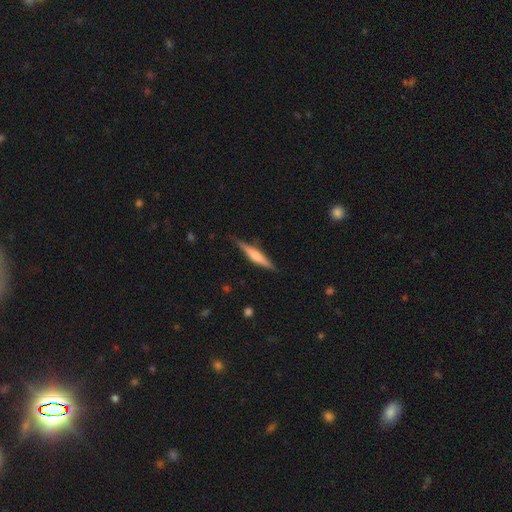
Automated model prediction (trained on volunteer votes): Smooth or featured? featured or disk (54%)
Edge-on disk? yes (97%)
Edge-on bulge? rounded (57%)
Merging? none (85%)